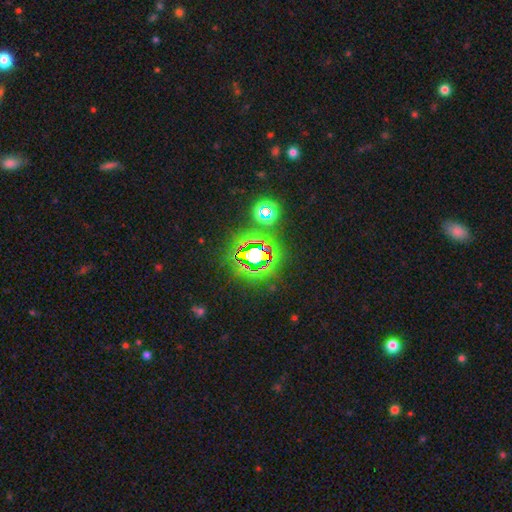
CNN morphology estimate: type=star or artifact (73%).